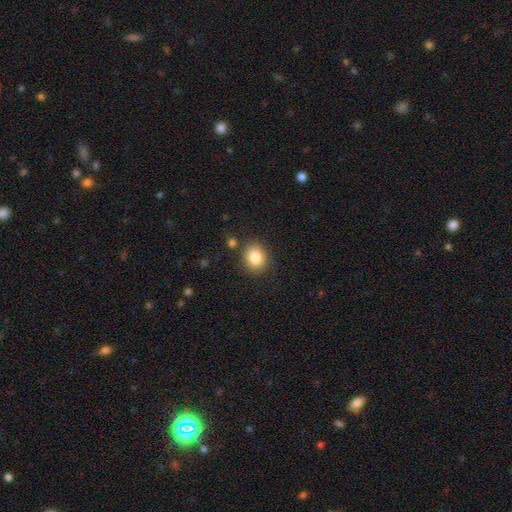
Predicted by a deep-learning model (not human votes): This appears to be a smooth galaxy with no disk features (85%) that is round (66%). Merging: none (83%).